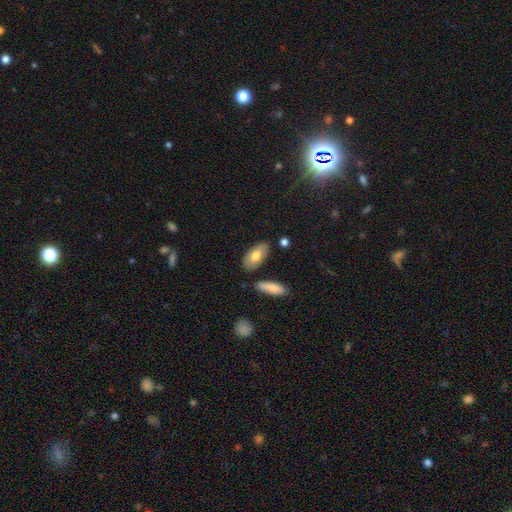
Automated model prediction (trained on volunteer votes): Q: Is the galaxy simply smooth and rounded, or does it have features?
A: smooth — 72%.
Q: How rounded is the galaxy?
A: in between — 91%.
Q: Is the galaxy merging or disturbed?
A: none — 79%.